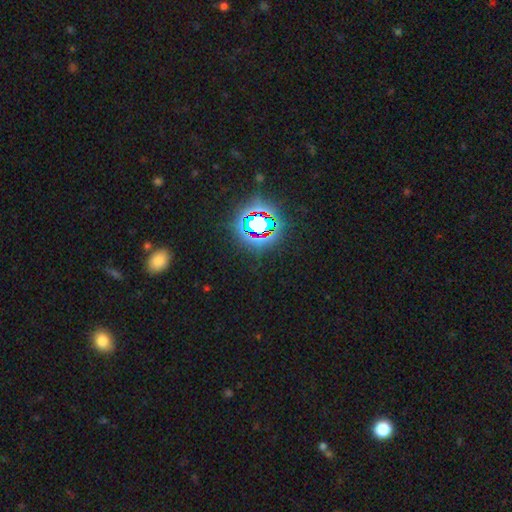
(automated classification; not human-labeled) Smooth or featured?
  - star or artifact: 78% *
  - smooth: 14%
  - featured or disk: 7%